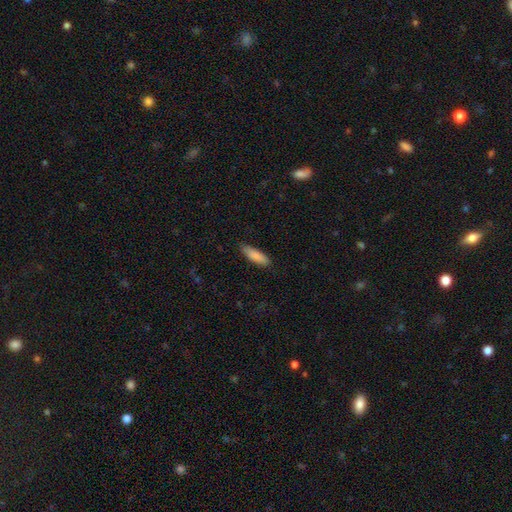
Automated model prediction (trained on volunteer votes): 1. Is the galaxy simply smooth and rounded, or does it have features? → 88% smooth, 7% featured or disk, 6% star or artifact.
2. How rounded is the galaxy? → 53% cigar-shaped, 45% in between, 1% round.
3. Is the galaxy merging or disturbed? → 86% none, 11% minor disturbance, 2% major disturbance, 1% merger.